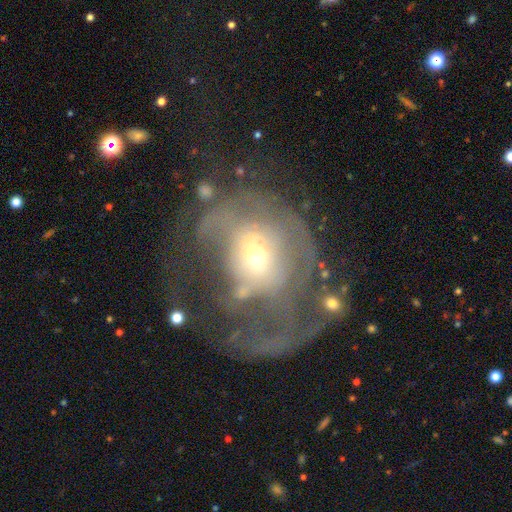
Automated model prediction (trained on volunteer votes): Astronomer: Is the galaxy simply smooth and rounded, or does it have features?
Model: featured or disk — 63%.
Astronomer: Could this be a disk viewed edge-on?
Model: no — 96%.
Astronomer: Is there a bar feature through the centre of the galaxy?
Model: no — 66%.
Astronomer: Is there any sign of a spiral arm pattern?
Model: no — 55% (runner-up: yes, 45%).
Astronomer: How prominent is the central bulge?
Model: small — 47% (runner-up: moderate, 44%).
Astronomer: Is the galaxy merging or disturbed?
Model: major disturbance — 61%.